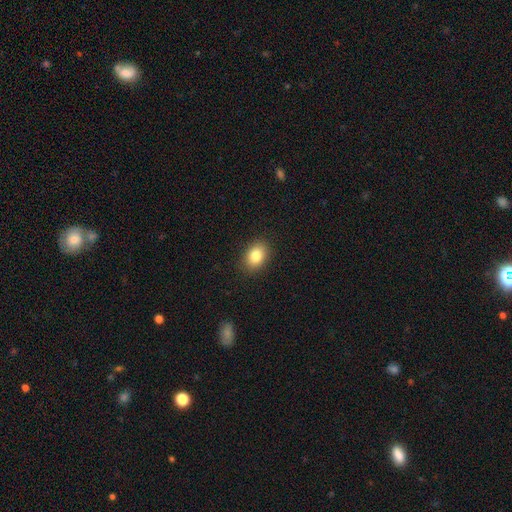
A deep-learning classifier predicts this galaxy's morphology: Smooth or featured: smooth — 84% (star or artifact — 9%)
How rounded: in between — 75% (round — 24%)
Merging: none — 89% (minor disturbance — 8%)